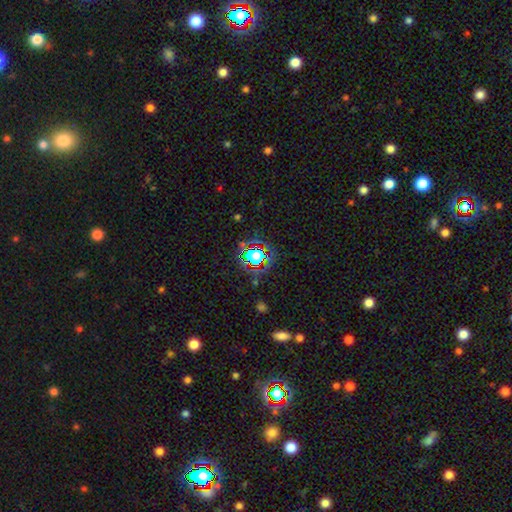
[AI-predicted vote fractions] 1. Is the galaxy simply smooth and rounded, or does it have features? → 60% star or artifact, 26% smooth, 13% featured or disk.